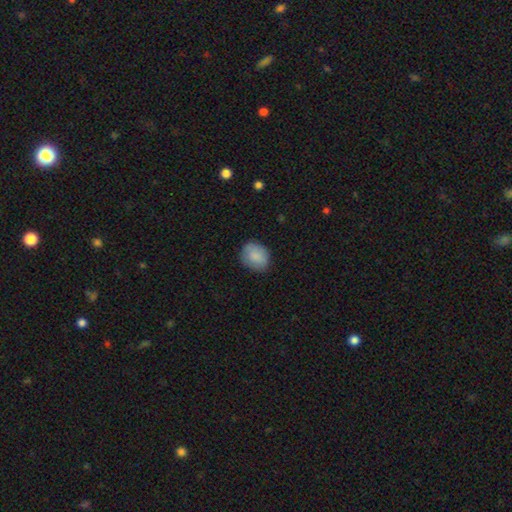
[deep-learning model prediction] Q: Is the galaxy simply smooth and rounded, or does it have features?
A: smooth — 86%.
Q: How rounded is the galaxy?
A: round — 55%.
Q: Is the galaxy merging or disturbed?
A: none — 82%.